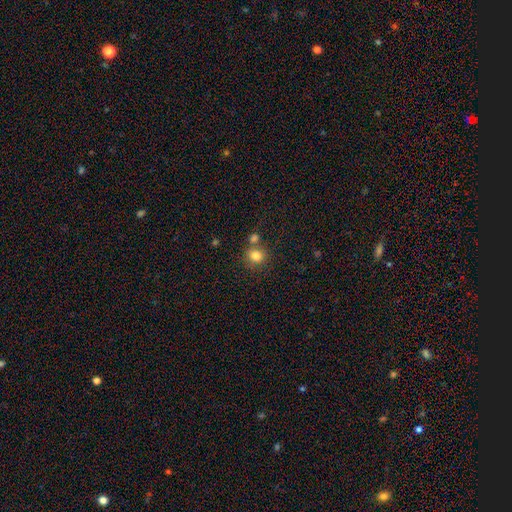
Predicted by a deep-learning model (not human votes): A smooth galaxy with no disk features (82%) that is round (80%). Merging: none (65%).